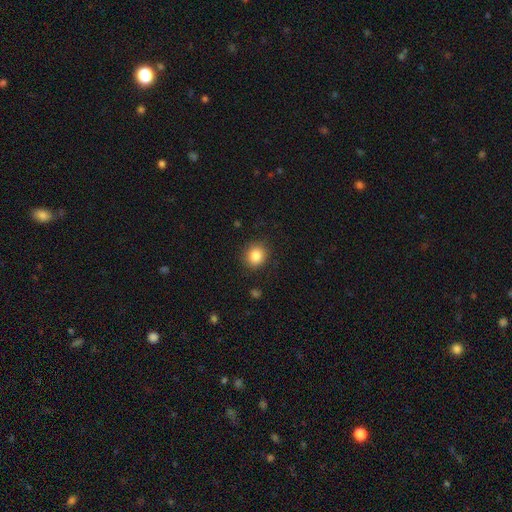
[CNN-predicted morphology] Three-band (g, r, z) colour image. It shows a smooth galaxy with no disk features (85%) that is round (78%). Merging: none (86%).